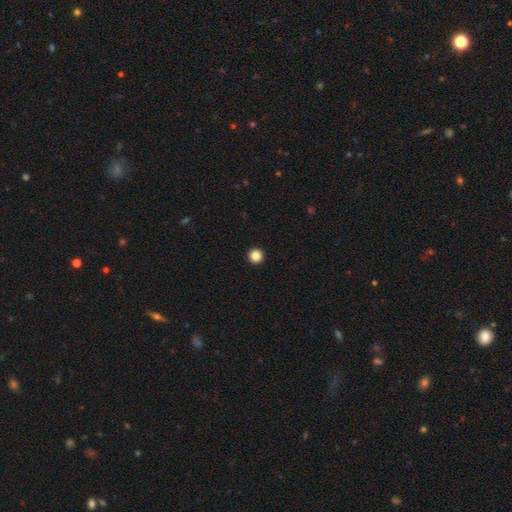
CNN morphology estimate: A smooth galaxy with no disk features (86%) that is round (97%).

Vote fractions:
- Smooth or featured? smooth: 86% / star or artifact: 11% / featured or disk: 3%
- How rounded? round: 97% / in between: 2% / cigar-shaped: 1%
- Merging? none: 95% / minor disturbance: 3% / major disturbance: 1% / merger: 1%